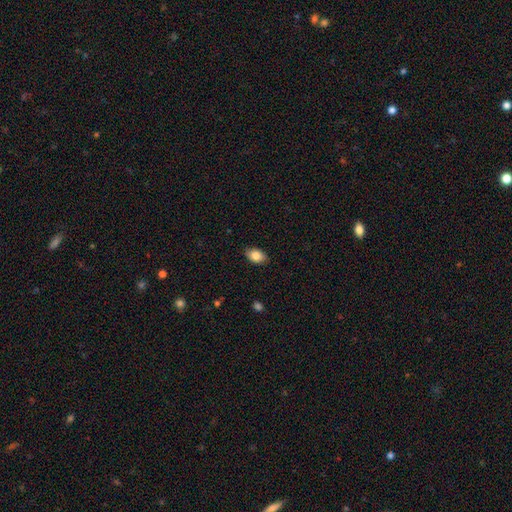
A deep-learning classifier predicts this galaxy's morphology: Q: Smooth or featured?
A: smooth (85%); runner-up: star or artifact (8%)
Q: How rounded?
A: in between (87%); runner-up: round (12%)
Q: Merging?
A: none (86%); runner-up: minor disturbance (11%)